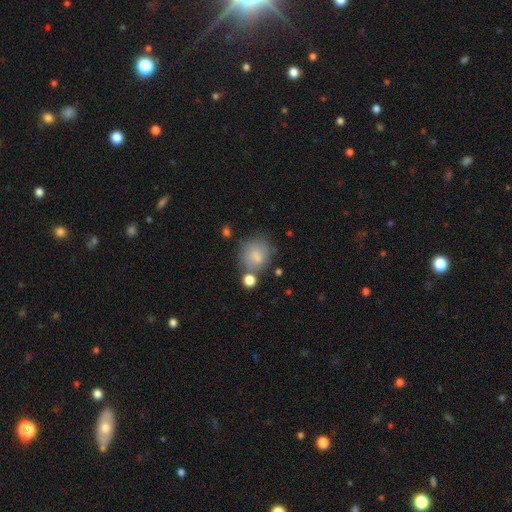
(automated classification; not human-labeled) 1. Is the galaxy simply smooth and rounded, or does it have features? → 78% smooth, 13% featured or disk, 9% star or artifact.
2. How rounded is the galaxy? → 77% round, 22% in between, 1% cigar-shaped.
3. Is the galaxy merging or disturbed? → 58% none, 20% minor disturbance, 14% merger, 9% major disturbance.